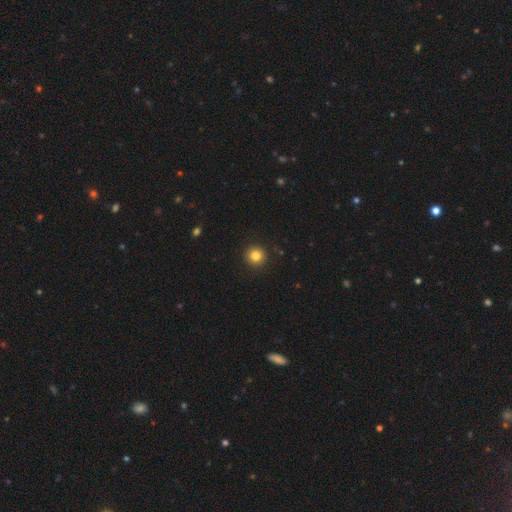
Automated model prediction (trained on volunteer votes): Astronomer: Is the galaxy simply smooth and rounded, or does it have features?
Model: smooth — 82%.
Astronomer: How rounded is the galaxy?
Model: round — 95%.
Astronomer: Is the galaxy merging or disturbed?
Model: none — 92%.